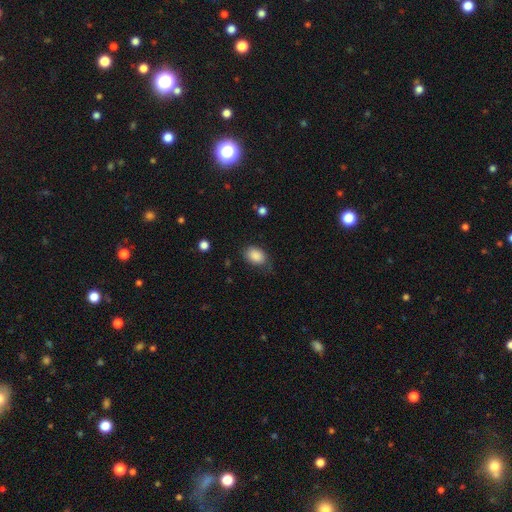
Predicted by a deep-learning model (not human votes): This is clearly a smooth galaxy (87%). How rounded: likely in between (79%). Merging: likely none (68%).